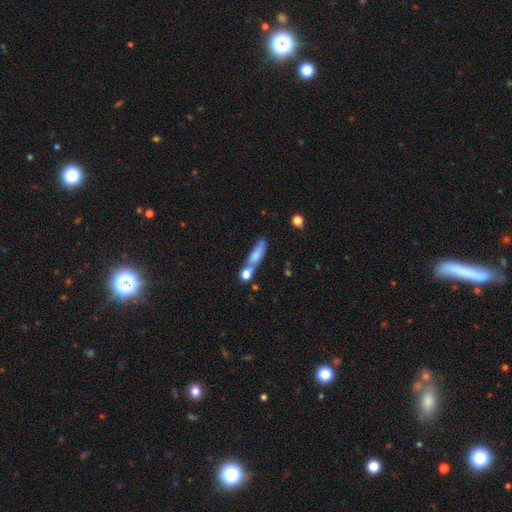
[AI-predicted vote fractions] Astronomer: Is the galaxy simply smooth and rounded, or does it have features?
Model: smooth — 65%.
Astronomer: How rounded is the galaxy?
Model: cigar-shaped — 65%.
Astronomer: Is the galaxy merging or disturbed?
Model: merger — 40% (runner-up: none, 36%).